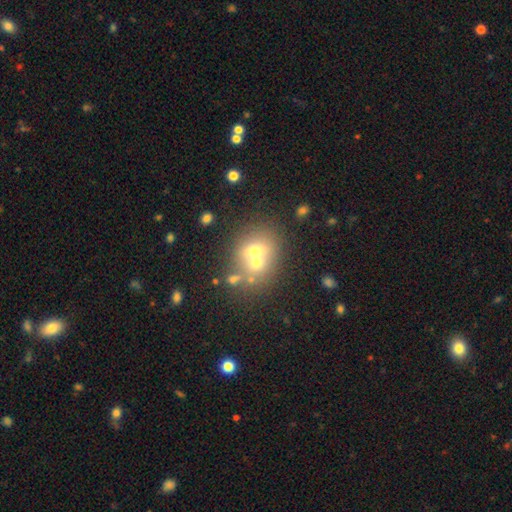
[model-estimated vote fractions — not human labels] Overall: smooth (54%; featured or disk 29%). How rounded: round (67%; in between 32%). Merging: merger (53%; none 34%).